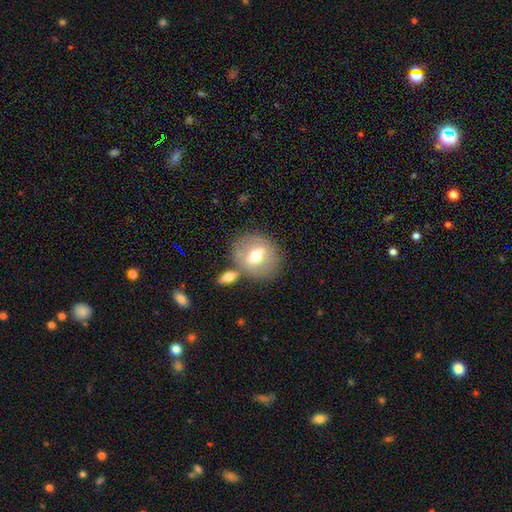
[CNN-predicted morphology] This is possibly a smooth galaxy (52%). How rounded: likely round (64%). Merging: likely none (64%).